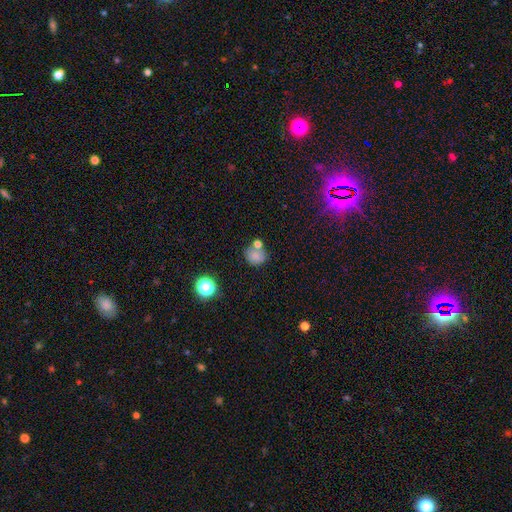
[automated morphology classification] Smooth or featured? smooth (75%)
How rounded? round (76%)
Merging? none (51%)